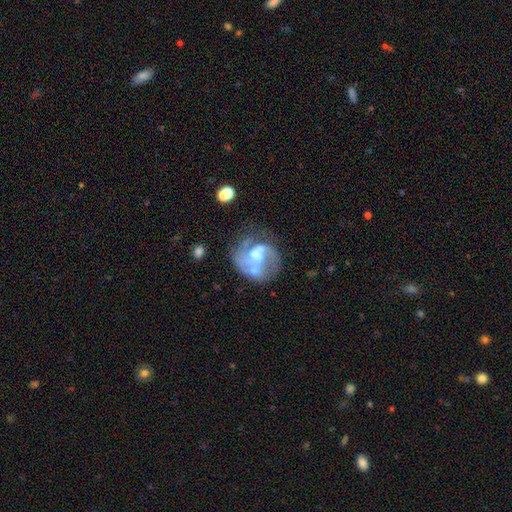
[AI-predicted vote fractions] Smooth or featured?
  - featured or disk: 71% *
  - smooth: 20%
  - star or artifact: 8%
Edge-on disk?
  - no: 98% *
  - yes: 2%
Bar?
  - no: 61% *
  - weak: 31%
  - strong: 8%
Spiral arms?
  - yes: 65% *
  - no: 35%
Bulge size?
  - moderate: 45% *
  - small: 24%
  - none: 18%
  - large: 11%
  - dominant: 2%
Merging?
  - none: 39% *
  - major disturbance: 27%
  - minor disturbance: 18%
  - merger: 16%